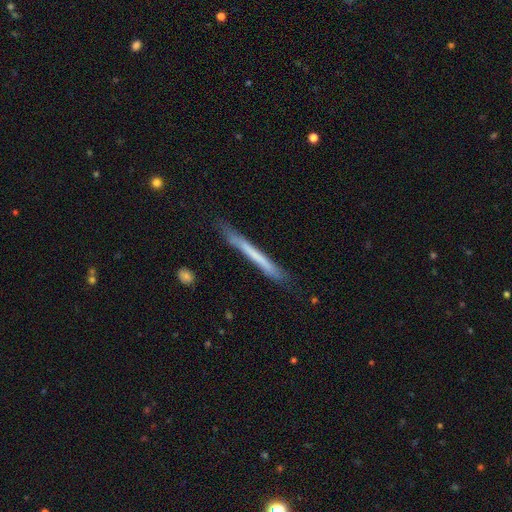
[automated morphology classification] Smooth or featured: smooth — 55% (featured or disk — 39%)
How rounded: cigar-shaped — 97% (in between — 2%)
Merging: none — 79% (minor disturbance — 16%)